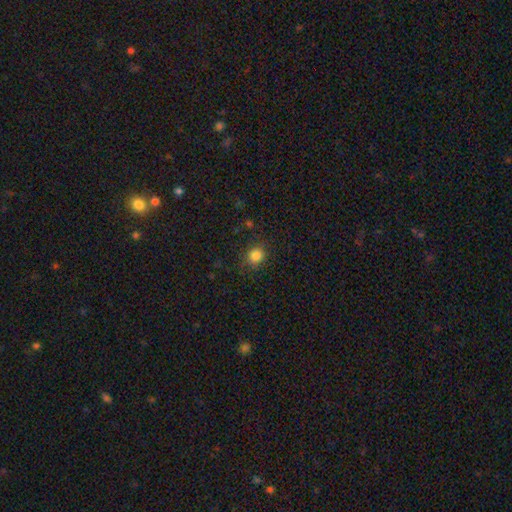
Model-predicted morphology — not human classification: This is clearly a smooth galaxy (84%). How rounded: clearly round (83%). Merging: clearly none (84%).